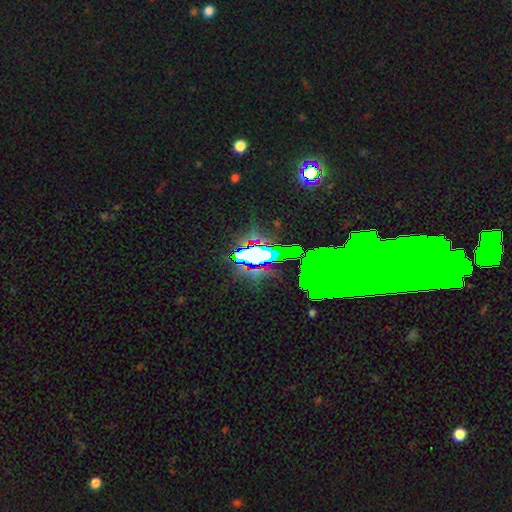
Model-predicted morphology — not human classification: type=star or artifact (58%).